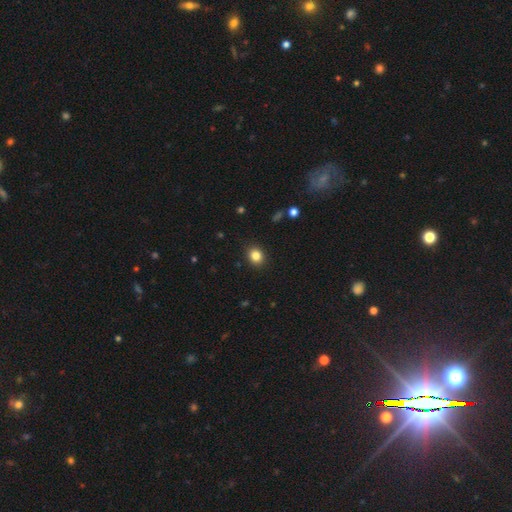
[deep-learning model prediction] smooth-or-featured: smooth: 83% | star or artifact: 11% | featured or disk: 5%
  how-rounded: round: 72% | in between: 27% | cigar-shaped: 1%
  merging: none: 90% | minor disturbance: 7% | major disturbance: 2% | merger: 1%